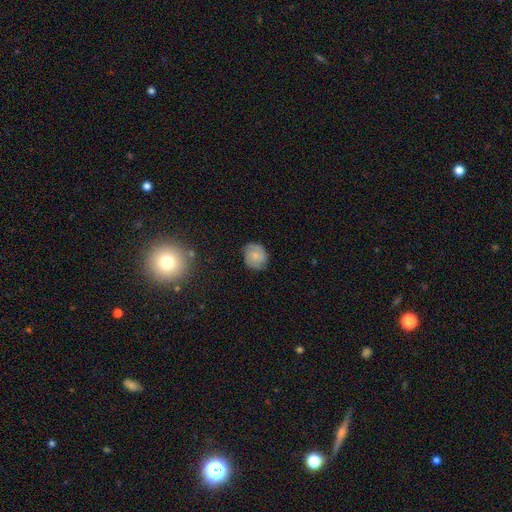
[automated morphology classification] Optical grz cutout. It shows a smooth galaxy with no disk features (49%). Merging: none (80%).